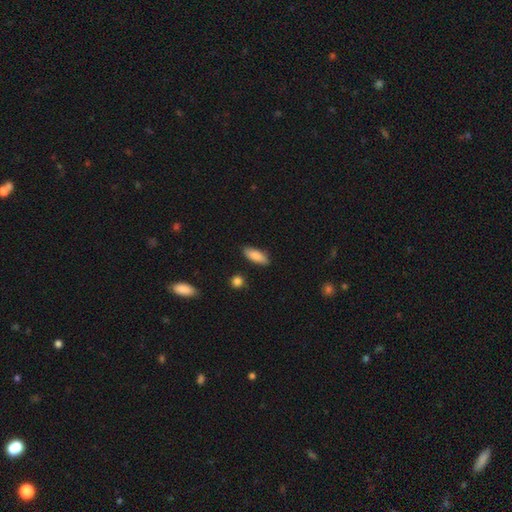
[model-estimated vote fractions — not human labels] This appears to be a smooth galaxy with no disk features (86%) that is in between round and cigar-shaped (74%). Merging: none (85%).